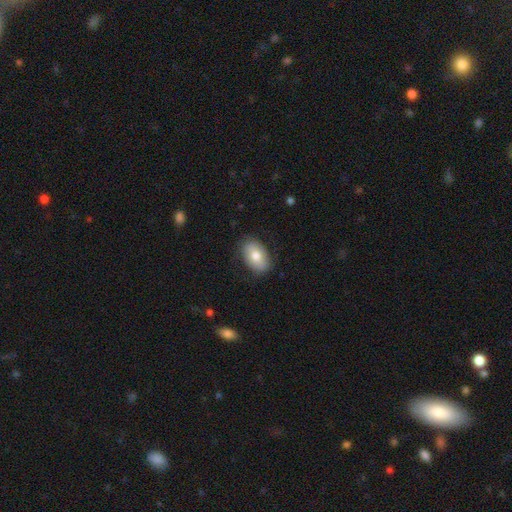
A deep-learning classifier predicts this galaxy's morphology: This appears to be a smooth galaxy with no disk features (77%) that is in between round and cigar-shaped (90%). Merging: none (84%).